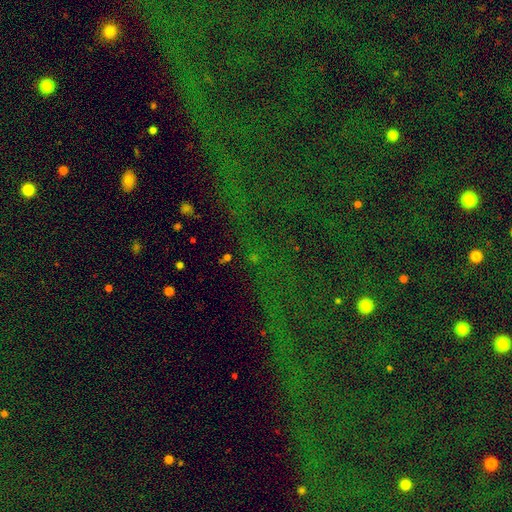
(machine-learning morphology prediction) A star or artifact, not a galaxy (79%).